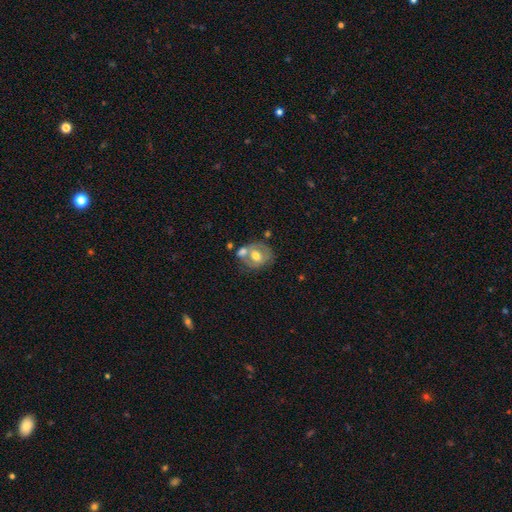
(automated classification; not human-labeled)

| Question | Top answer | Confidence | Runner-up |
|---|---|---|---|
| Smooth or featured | featured or disk | 49% | smooth (44%) |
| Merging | none | 42% | merger (34%) |